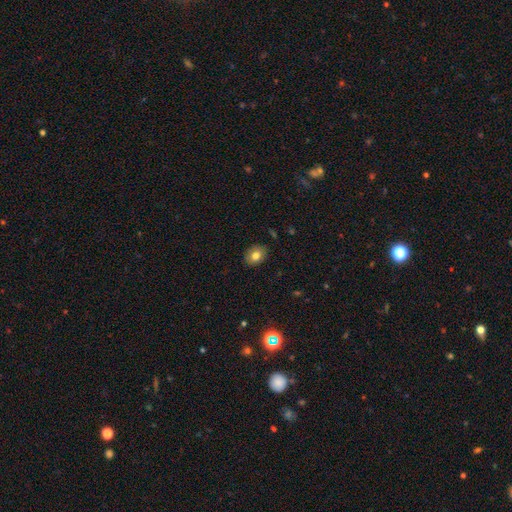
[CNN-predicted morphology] type=smooth (79%); roundness=in between (58%); merging=none (86%).